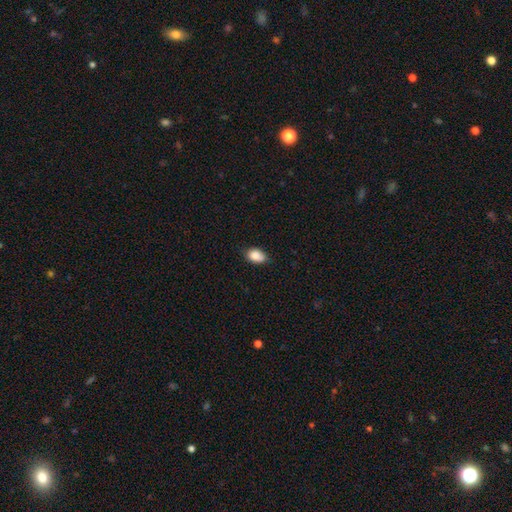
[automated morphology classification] The model was most divided on "merging": none: 75%, minor disturbance: 21%, major disturbance: 3%, merger: 1%. More confident: smooth or featured — smooth (87%); how rounded — in between (83%).